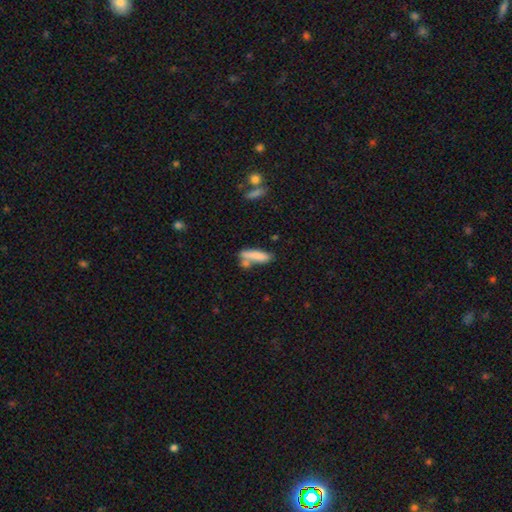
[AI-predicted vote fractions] This is likely a smooth galaxy (79%). How rounded: likely cigar-shaped (62%). Merging: possibly none (51%).